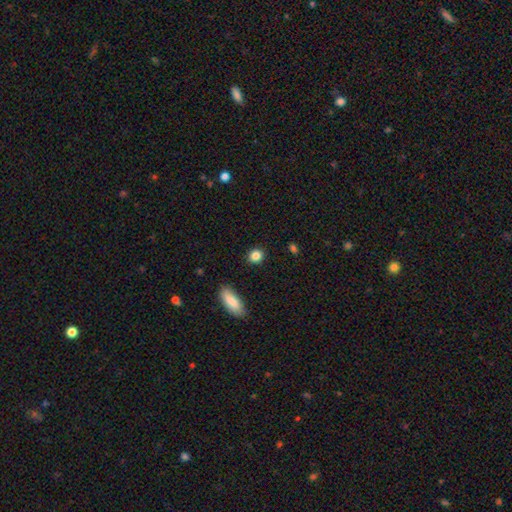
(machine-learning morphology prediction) smooth 86%, star or artifact 9%, featured or disk 5%. Down the decision tree: how rounded — round (73%); merging — none (89%).